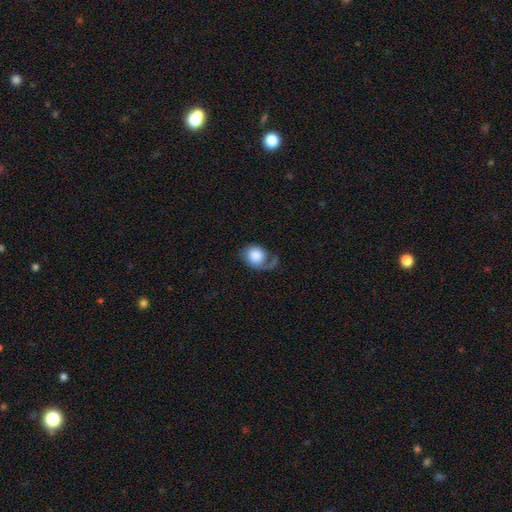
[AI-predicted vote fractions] smooth_or_featured: smooth (p=0.67) [alt: featured or disk p=0.25]
how_rounded: round (p=0.62) [alt: in between p=0.37]
merging: none (p=0.39) [alt: major disturbance p=0.33]